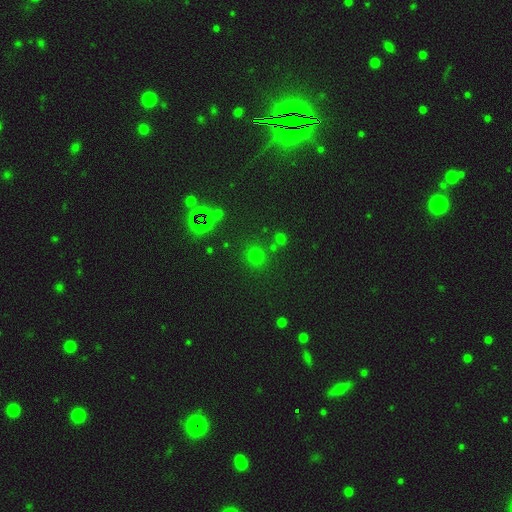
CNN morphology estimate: Smooth or featured? Predicted: smooth (p=0.64). How rounded? Predicted: round (p=0.89). Merging? Predicted: none (p=0.80).